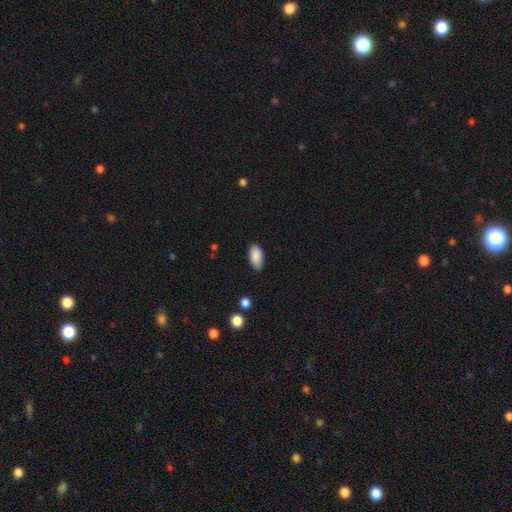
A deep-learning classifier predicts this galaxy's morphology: Smooth or featured? Predicted: smooth (p=0.89). How rounded? Predicted: in between (p=0.92). Merging? Predicted: none (p=0.83).